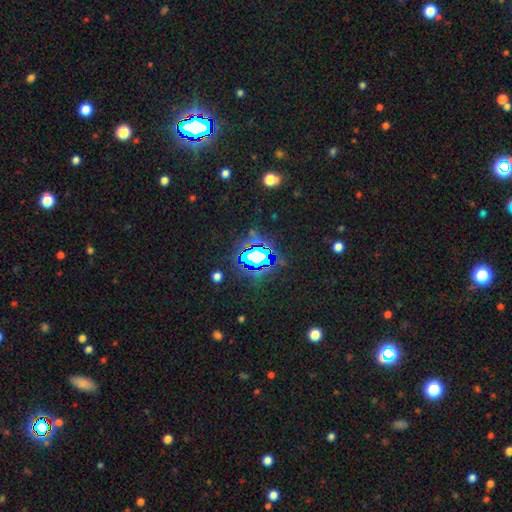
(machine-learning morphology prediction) The model was most divided on "smooth or featured": star or artifact: 72%, smooth: 16%, featured or disk: 12%.